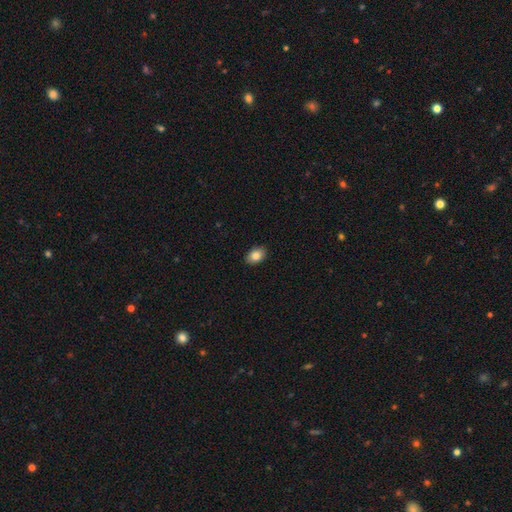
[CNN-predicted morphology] smooth-or-featured: smooth: 86% | star or artifact: 8% | featured or disk: 6%
  how-rounded: in between: 81% | round: 18% | cigar-shaped: 1%
  merging: none: 89% | minor disturbance: 8% | major disturbance: 2% | merger: 1%